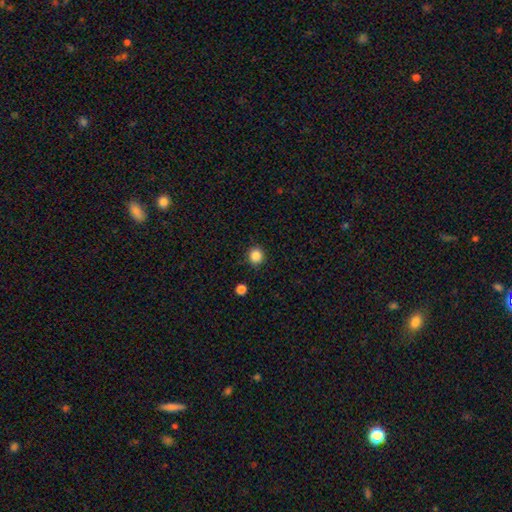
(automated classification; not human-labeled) Smooth or featured? smooth (86%)
How rounded? round (91%)
Merging? none (90%)